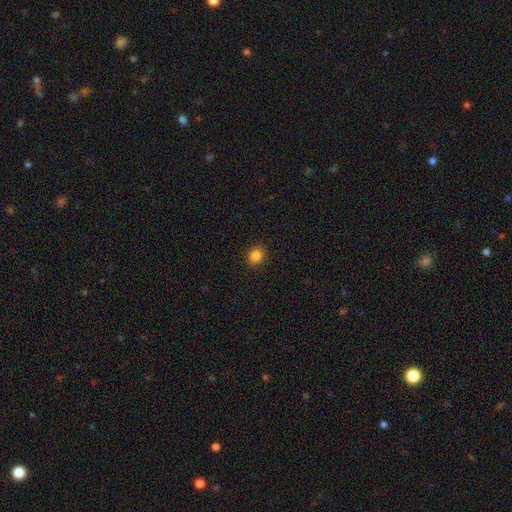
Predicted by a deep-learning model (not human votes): The model was most divided on "how rounded": round: 76%, in between: 24%, cigar-shaped: 1%. More confident: merging — none (91%); smooth or featured — smooth (85%).